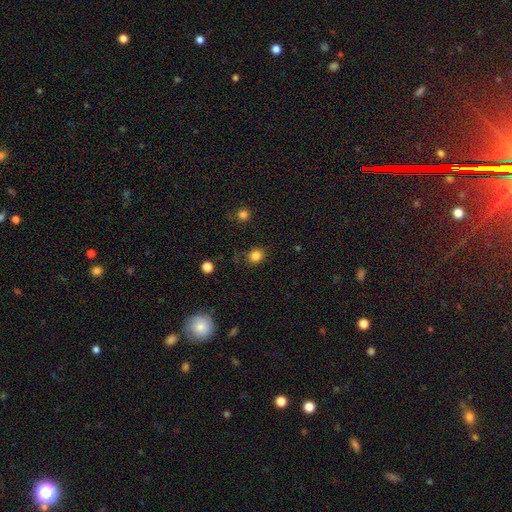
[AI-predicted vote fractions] This appears to be a smooth galaxy with no disk features (83%) that is round (75%). Merging: none (82%).